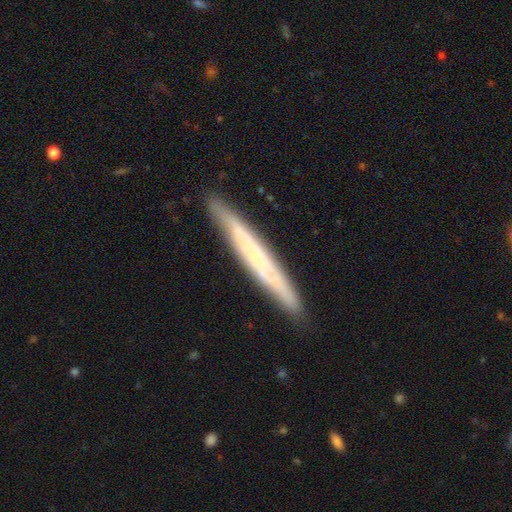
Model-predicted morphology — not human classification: Smooth or featured? featured or disk (57%)
Edge-on disk? yes (87%)
Merging? none (88%)